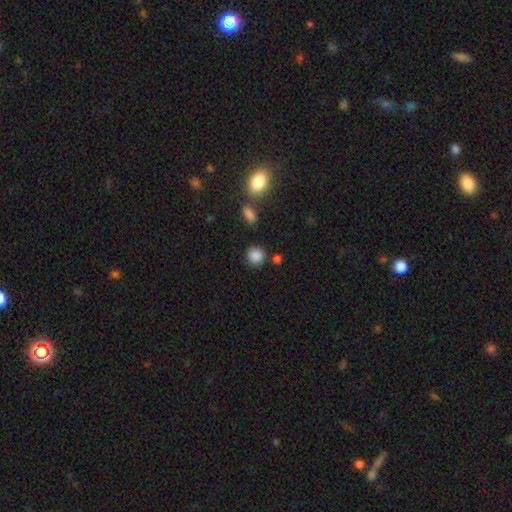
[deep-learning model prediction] Smooth or featured? Predicted: smooth (p=0.86). How rounded? Predicted: round (p=0.86). Merging? Predicted: none (p=0.82).